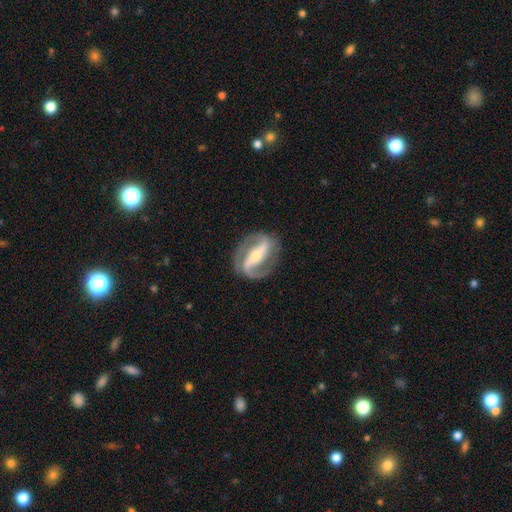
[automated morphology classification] type=featured or disk (90%); edge-on=no (95%); bar=strong (70%); spiral arms=yes (95%); winding=medium (47%); arm count=2 (91%); bulge=moderate (49%); merging=none (83%).